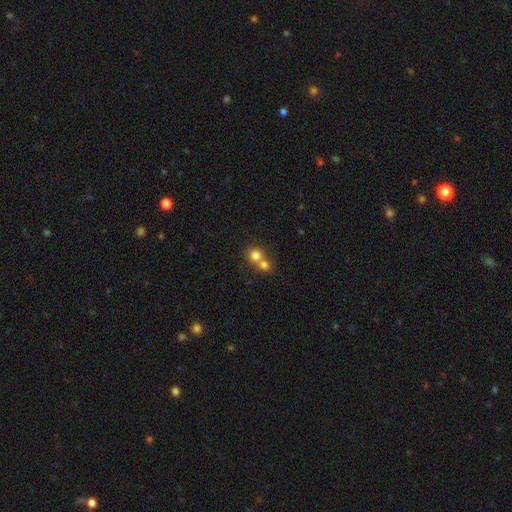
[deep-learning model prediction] A smooth galaxy with no disk features (78%) that is round (86%).

Vote fractions:
- Smooth or featured? smooth: 78% / star or artifact: 12% / featured or disk: 10%
- How rounded? round: 86% / in between: 13% / cigar-shaped: 1%
- Merging? merger: 57% / none: 36% / minor disturbance: 4% / major disturbance: 2%